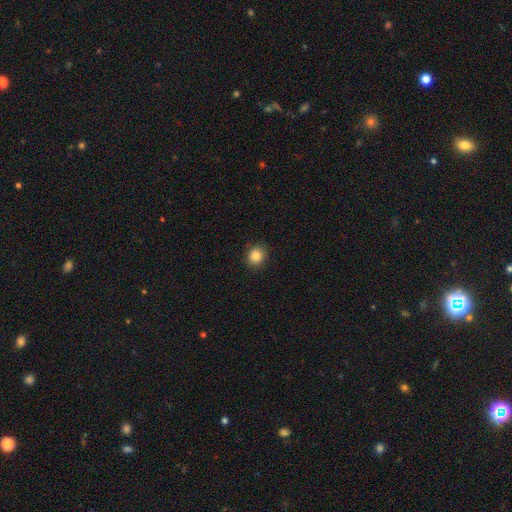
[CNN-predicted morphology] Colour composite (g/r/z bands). It shows a smooth galaxy with no disk features (85%) that is round (85%). Merging: none (90%).